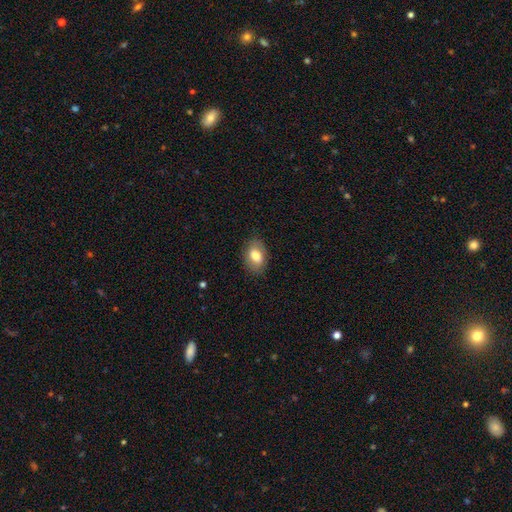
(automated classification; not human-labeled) The model was most divided on "smooth or featured": smooth: 75%, featured or disk: 18%, star or artifact: 7%. More confident: how rounded — in between (86%); merging — none (84%).